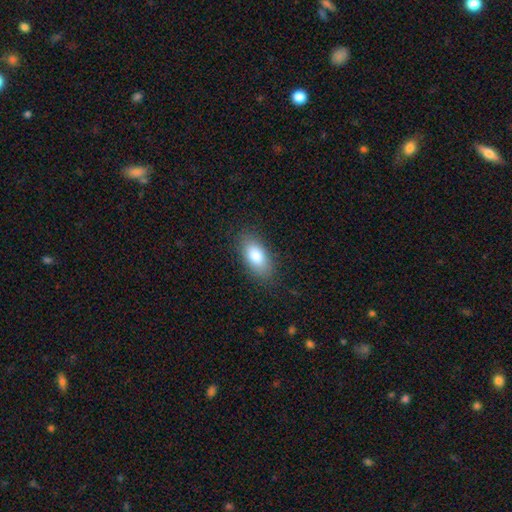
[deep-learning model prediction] This appears to be a smooth galaxy with no disk features (82%) that is in between round and cigar-shaped (91%). Merging: none (84%).